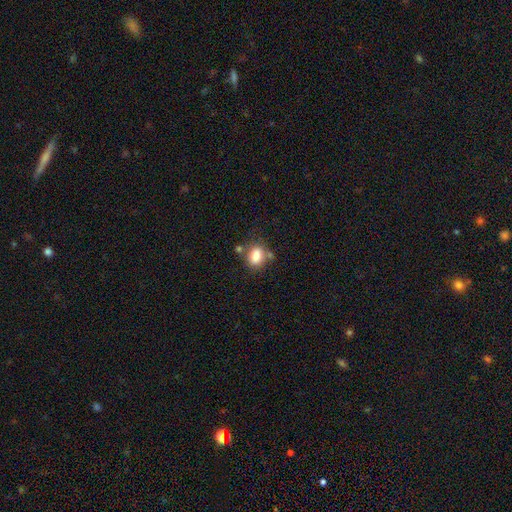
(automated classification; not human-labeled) This is clearly a smooth galaxy (82%). How rounded: likely in between (61%). Merging: likely none (62%).